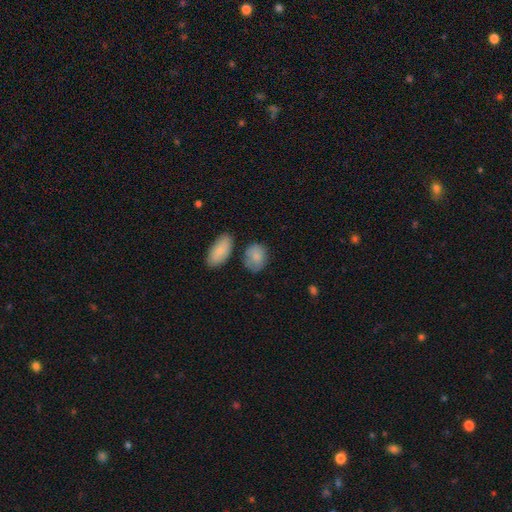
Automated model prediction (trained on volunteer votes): Morphology: type=smooth (82%); roundness=in between (63%); merging=none (60%).